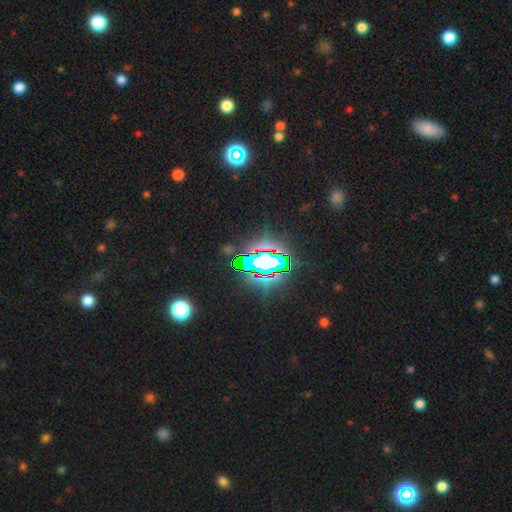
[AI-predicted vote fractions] Smooth or featured: star or artifact — 82% (smooth — 10%)